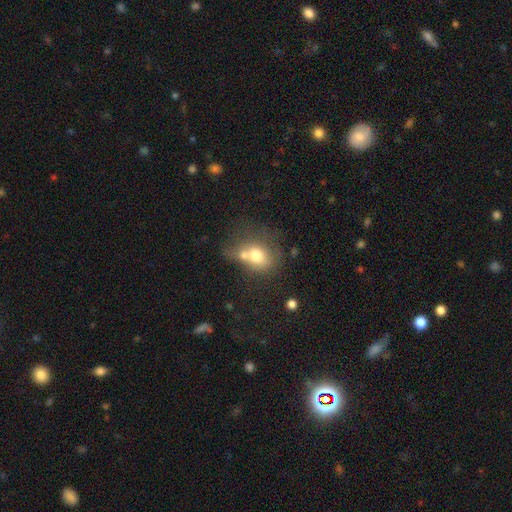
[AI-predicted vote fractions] Smooth or featured? Predicted: smooth (p=0.69). How rounded? Predicted: round (p=0.58). Merging? Predicted: merger (p=0.49).